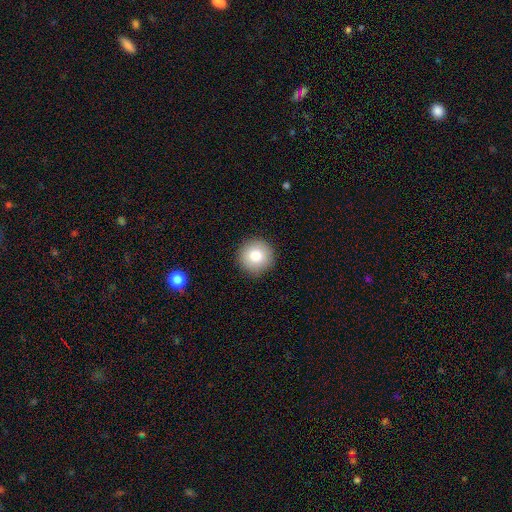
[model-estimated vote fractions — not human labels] This appears to be a smooth galaxy with no disk features (80%) that is round (95%). Merging: none (91%).